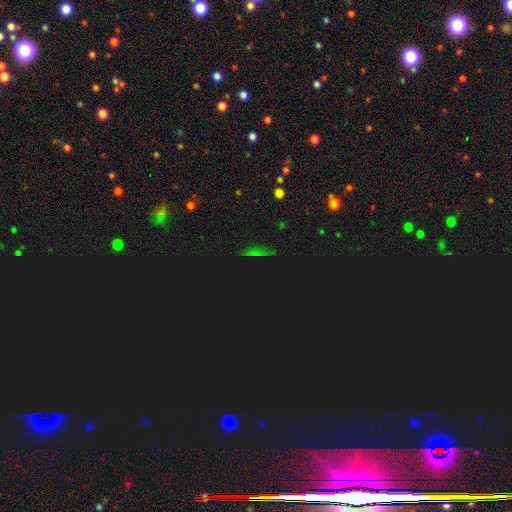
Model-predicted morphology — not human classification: Smooth or featured: star or artifact — 69% (smooth — 21%)